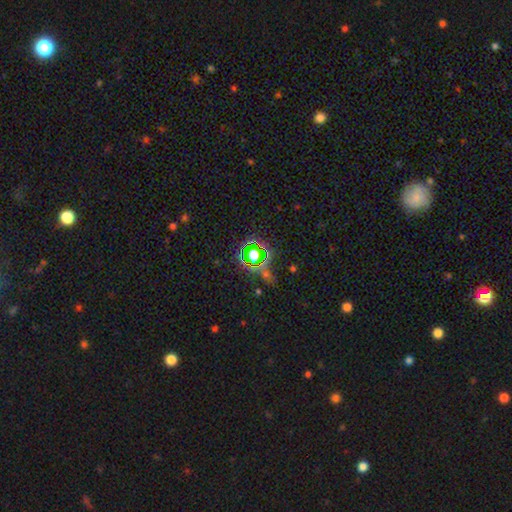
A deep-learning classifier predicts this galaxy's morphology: Smooth or featured? Predicted: star or artifact (p=0.68).